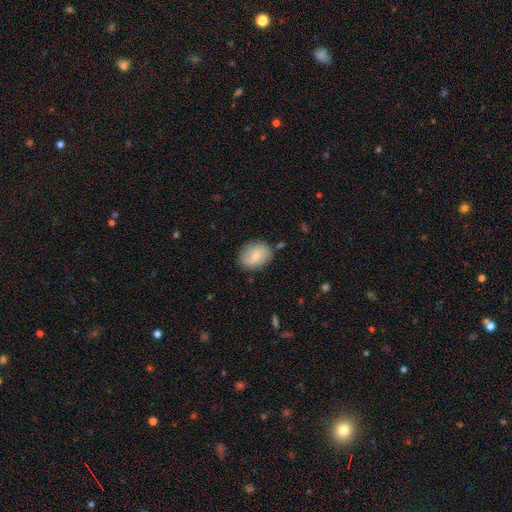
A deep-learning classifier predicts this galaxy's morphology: Smooth or featured: smooth — 62% (featured or disk — 31%)
How rounded: in between — 50% (round — 49%)
Merging: none — 78% (minor disturbance — 16%)